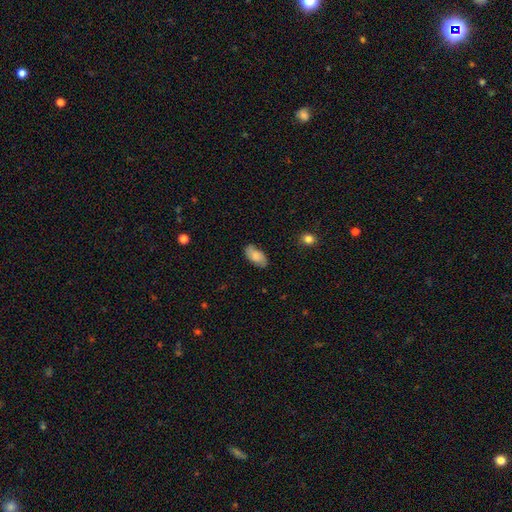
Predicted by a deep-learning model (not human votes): A smooth galaxy with no disk features (76%) that is in between round and cigar-shaped (94%). Merging: none (79%).